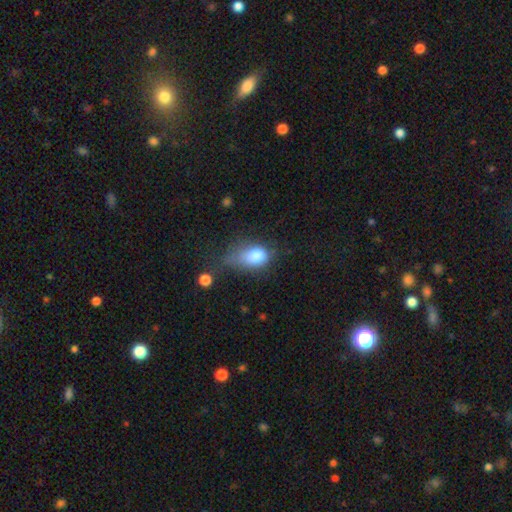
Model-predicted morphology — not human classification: This appears to be a smooth galaxy with no disk features (79%) that is in between round and cigar-shaped (79%). Merging: minor disturbance (35%).